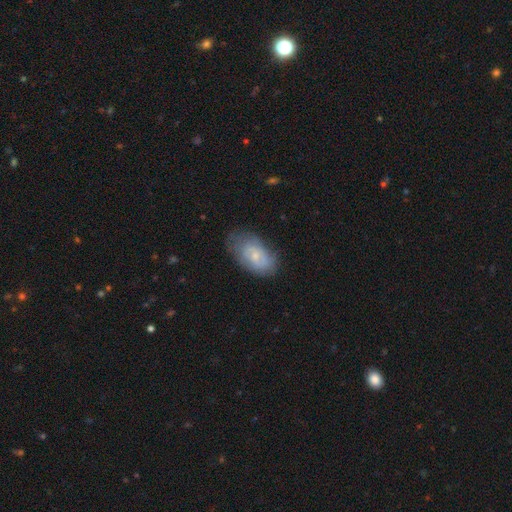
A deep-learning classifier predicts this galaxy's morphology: type=smooth (53%); roundness=in between (92%); merging=none (57%).